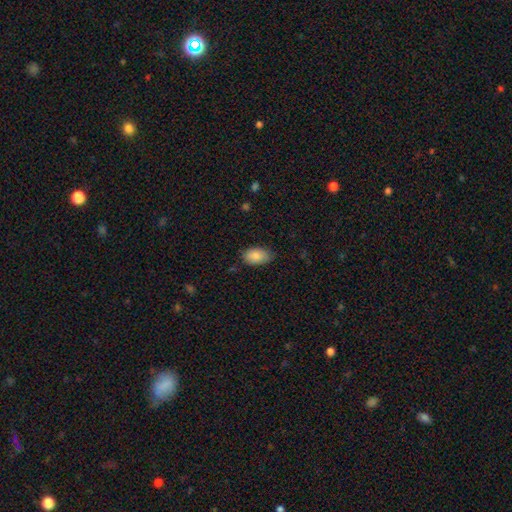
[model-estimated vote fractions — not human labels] A smooth galaxy with no disk features (87%) that is in between round and cigar-shaped (93%).

Vote fractions:
- Smooth or featured? smooth: 87% / star or artifact: 7% / featured or disk: 7%
- How rounded? in between: 93% / round: 6% / cigar-shaped: 1%
- Merging? none: 76% / minor disturbance: 20% / major disturbance: 3% / merger: 1%